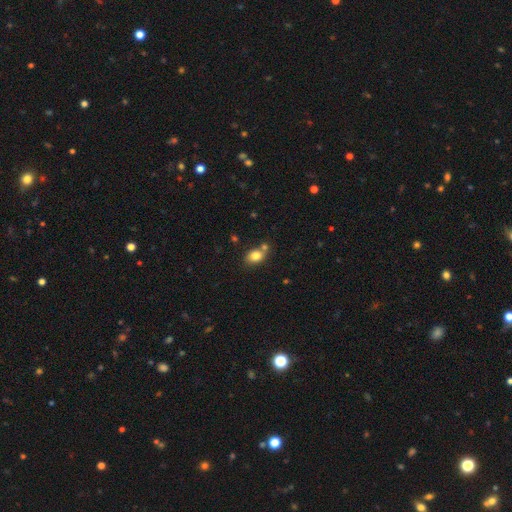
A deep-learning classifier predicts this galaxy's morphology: smooth-or-featured: smooth: 82% | star or artifact: 9% | featured or disk: 9%
  how-rounded: in between: 68% | round: 31% | cigar-shaped: 1%
  merging: none: 57% | merger: 25% | minor disturbance: 14% | major disturbance: 4%